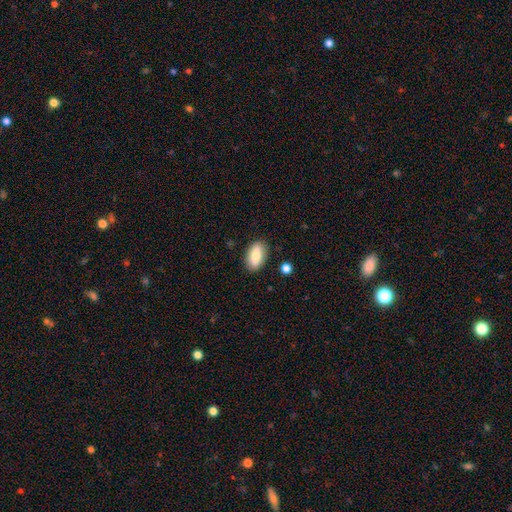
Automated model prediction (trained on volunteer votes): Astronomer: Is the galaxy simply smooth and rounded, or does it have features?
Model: smooth — 80%.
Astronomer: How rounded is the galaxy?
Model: in between — 90%.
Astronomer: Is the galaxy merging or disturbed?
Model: none — 86%.